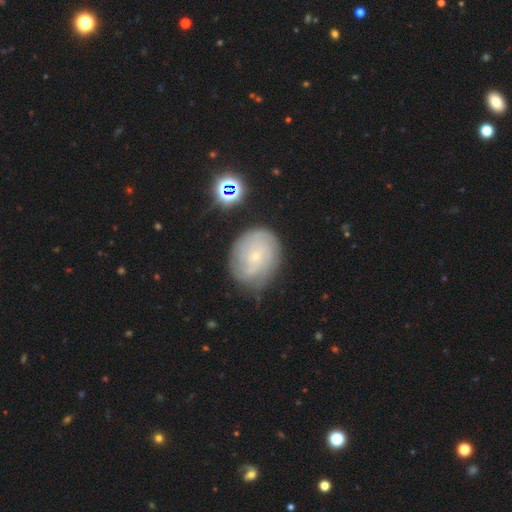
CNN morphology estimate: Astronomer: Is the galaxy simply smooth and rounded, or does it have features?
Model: featured or disk — 62%.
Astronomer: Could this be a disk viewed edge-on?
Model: no — 97%.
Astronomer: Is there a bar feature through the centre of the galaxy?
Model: no — 75%.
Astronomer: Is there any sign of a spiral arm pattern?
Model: yes — 81%.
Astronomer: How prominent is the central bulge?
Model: small — 84%.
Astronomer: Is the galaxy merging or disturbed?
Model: none — 64%.